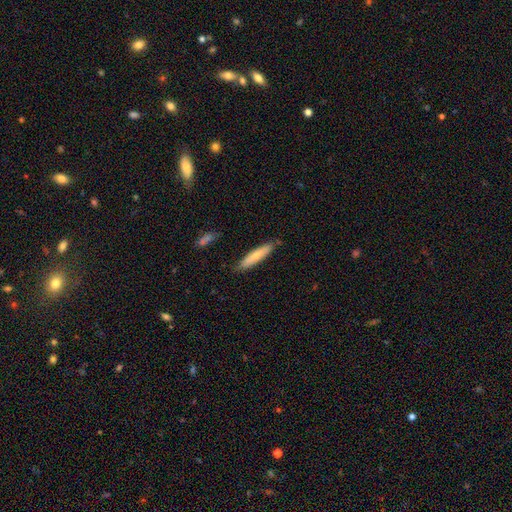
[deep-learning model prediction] A smooth galaxy with no disk features (68%) that is cigar-shaped (84%).

Vote fractions:
- Smooth or featured? smooth: 68% / featured or disk: 26% / star or artifact: 6%
- How rounded? cigar-shaped: 84% / in between: 15% / round: 1%
- Merging? none: 82% / minor disturbance: 13% / merger: 2% / major disturbance: 2%